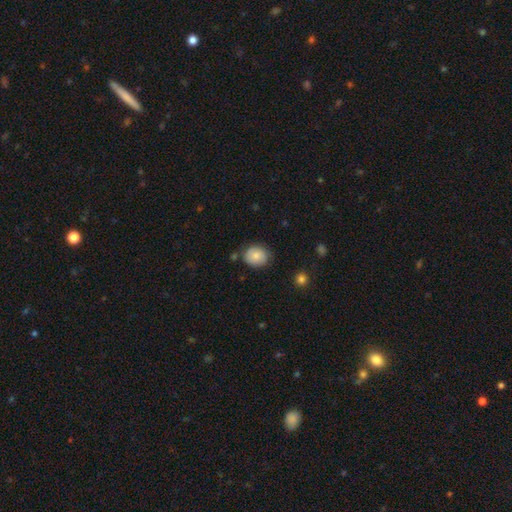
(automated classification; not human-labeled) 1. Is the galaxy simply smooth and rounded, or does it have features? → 80% smooth, 12% featured or disk, 8% star or artifact.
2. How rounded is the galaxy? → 69% round, 30% in between, 1% cigar-shaped.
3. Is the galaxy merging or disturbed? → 76% none, 18% minor disturbance, 4% major disturbance, 3% merger.